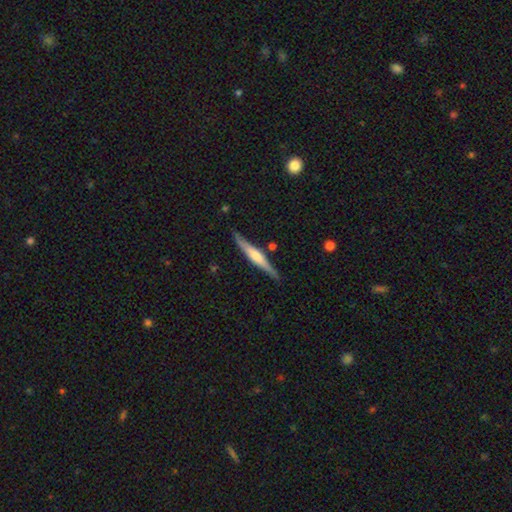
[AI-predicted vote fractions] Smooth or featured?
  - featured or disk: 67% *
  - smooth: 28%
  - star or artifact: 5%
Edge-on disk?
  - yes: 97% *
  - no: 3%
Edge-on bulge?
  - rounded: 68% *
  - boxy: 19%
  - none: 13%
Merging?
  - none: 85% *
  - minor disturbance: 11%
  - merger: 2%
  - major disturbance: 2%